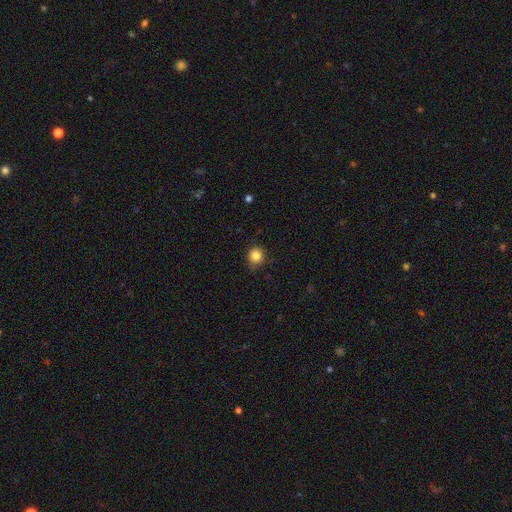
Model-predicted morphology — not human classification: The model was most divided on "merging": none: 81%, minor disturbance: 15%, major disturbance: 3%, merger: 1%. More confident: how rounded — round (85%); smooth or featured — smooth (84%).